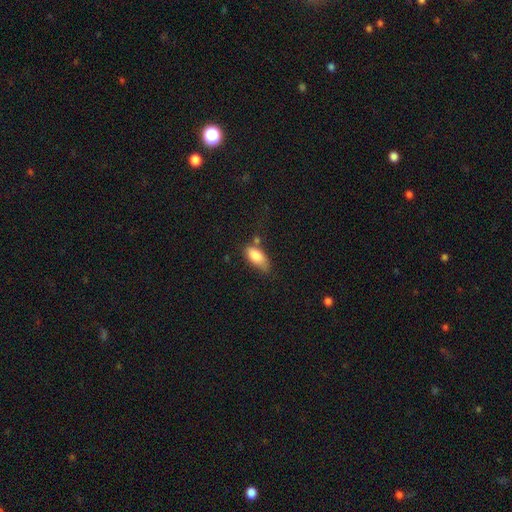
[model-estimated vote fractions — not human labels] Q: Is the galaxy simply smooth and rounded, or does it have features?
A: smooth — 82%.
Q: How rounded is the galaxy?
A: in between — 87%.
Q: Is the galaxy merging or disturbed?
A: none — 49%.